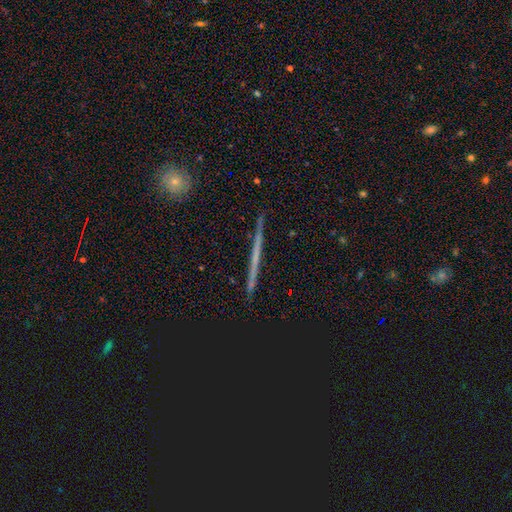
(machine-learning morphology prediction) featured or disk 53%, smooth 34%, star or artifact 13%. Down the decision tree: edge-on disk — yes (97%); edge-on bulge — none (92%); merging — none (91%).